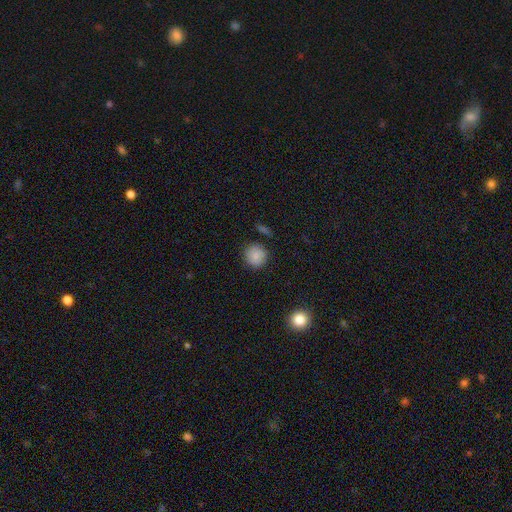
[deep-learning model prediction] smooth 86%, star or artifact 9%, featured or disk 5%. Down the decision tree: how rounded — round (92%); merging — none (84%).